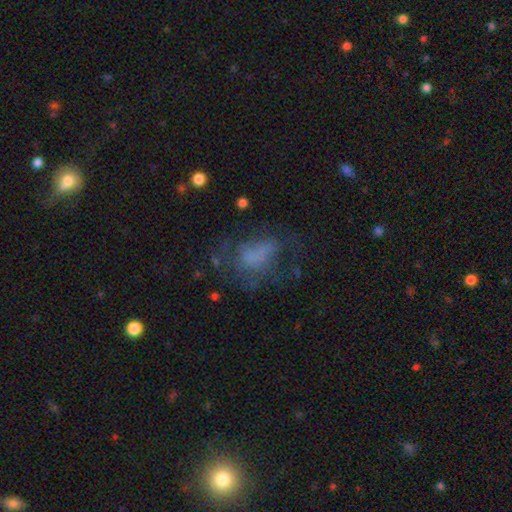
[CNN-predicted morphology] This appears to be a smooth galaxy with no disk features (49%). Merging: none (39%).